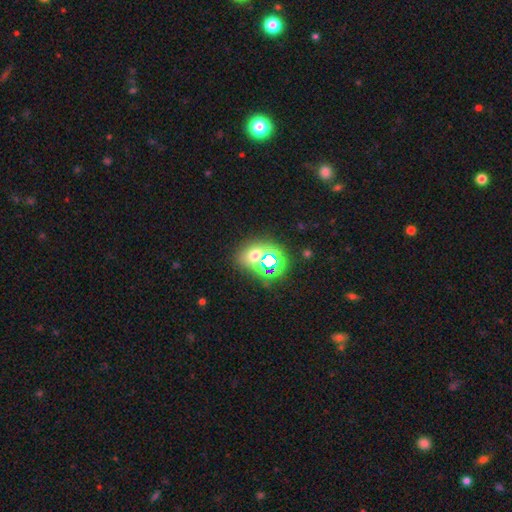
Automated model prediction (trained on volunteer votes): Smooth or featured? star or artifact (46%)